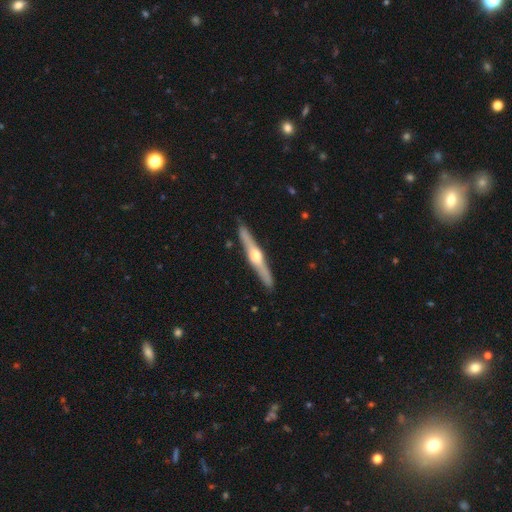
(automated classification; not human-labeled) smooth-or-featured: featured or disk: 74% | smooth: 21% | star or artifact: 5%
  disk-edge-on: yes: 97% | no: 3%
    edge-on-bulge: rounded: 94% | none: 3% | boxy: 3%
  merging: none: 90% | minor disturbance: 7% | major disturbance: 1% | merger: 1%